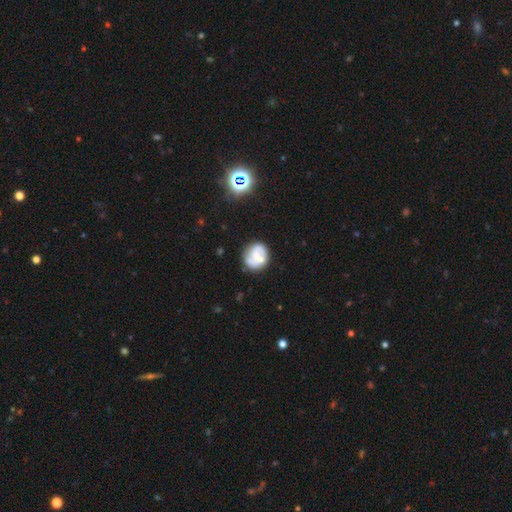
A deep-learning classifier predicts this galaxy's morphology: featured or disk 55%, smooth 36%, star or artifact 9%. Down the decision tree: edge-on disk — no (98%); bar — no (69%); spiral arms — yes (55%); bulge size — small (45%); merging — none (59%).